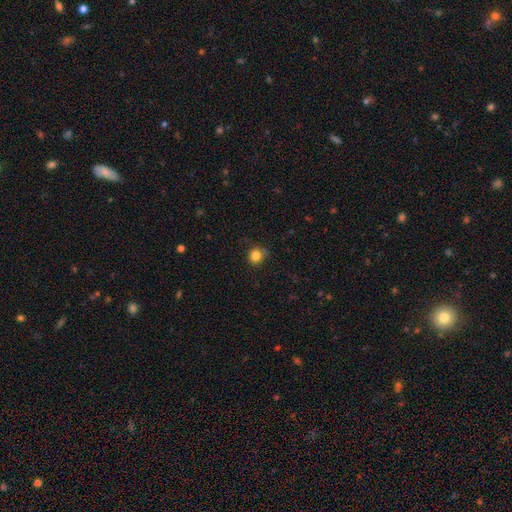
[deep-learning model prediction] smooth 83%, star or artifact 12%, featured or disk 5%. Down the decision tree: how rounded — round (88%); merging — none (79%).